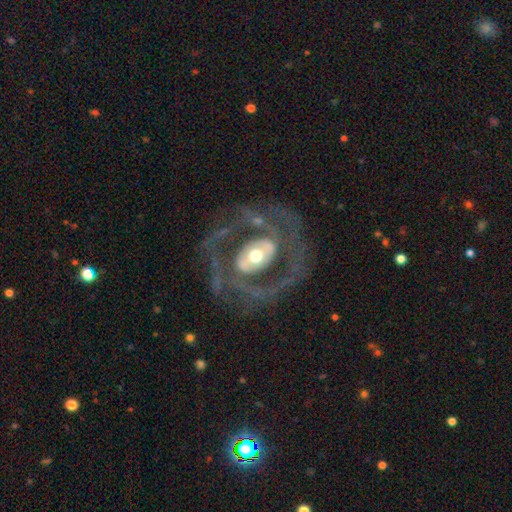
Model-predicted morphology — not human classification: Smooth or featured?
  - featured or disk: 87% *
  - smooth: 8%
  - star or artifact: 5%
Edge-on disk?
  - no: 96% *
  - yes: 4%
Bar?
  - no: 51% *
  - weak: 27%
  - strong: 21%
Spiral arms?
  - yes: 85% *
  - no: 15%
Spiral winding?
  - medium: 46% *
  - tight: 28%
  - loose: 26%
Spiral arm count?
  - 2: 70% *
  - can't tell: 10%
  - 3: 7%
  - 1: 5%
  - 4: 4%
  - more than 4: 4%
Bulge size?
  - moderate: 61% *
  - large: 25%
  - small: 9%
  - dominant: 3%
  - none: 1%
Merging?
  - none: 67% *
  - major disturbance: 18%
  - minor disturbance: 13%
  - merger: 2%